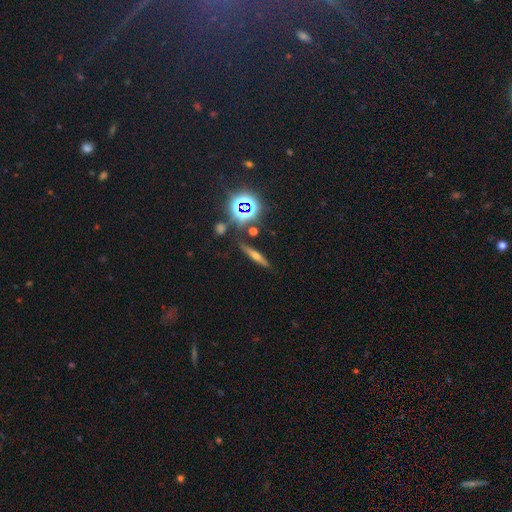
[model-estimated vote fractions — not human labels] A featured or disk galaxy (46%).

Vote fractions:
- Smooth or featured? featured or disk: 46% / smooth: 31% / star or artifact: 22%
- Merging? none: 85% / minor disturbance: 9% / merger: 3% / major disturbance: 3%